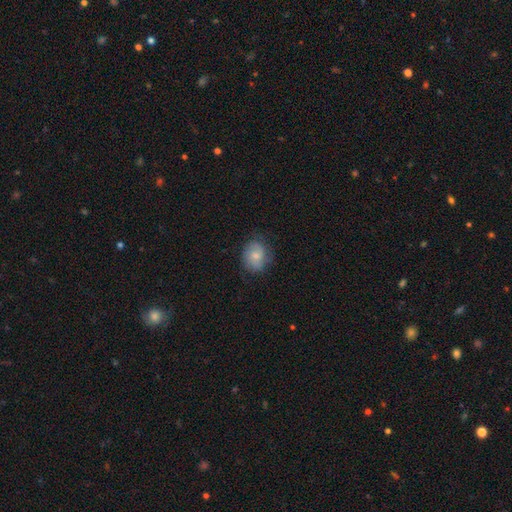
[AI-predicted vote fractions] Smooth or featured? smooth (65%)
How rounded? round (61%)
Merging? none (72%)